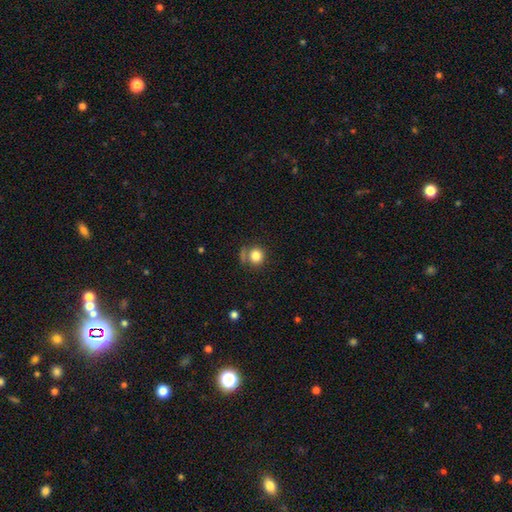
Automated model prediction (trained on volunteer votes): This appears to be a smooth galaxy with no disk features (82%) that is round (86%). Merging: none (65%).